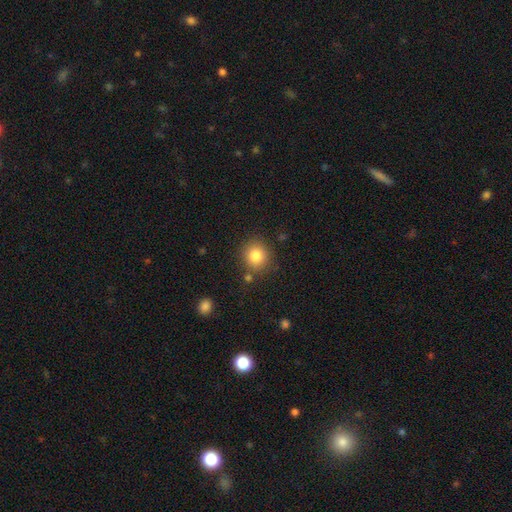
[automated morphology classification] Q: Smooth or featured?
A: smooth (83%); runner-up: star or artifact (11%)
Q: How rounded?
A: round (88%); runner-up: in between (11%)
Q: Merging?
A: none (83%); runner-up: minor disturbance (9%)